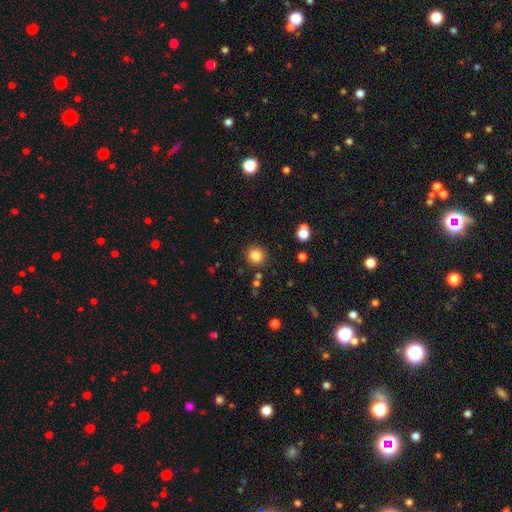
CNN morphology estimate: smooth 83%, star or artifact 12%, featured or disk 5%. Down the decision tree: how rounded — round (93%); merging — none (89%).